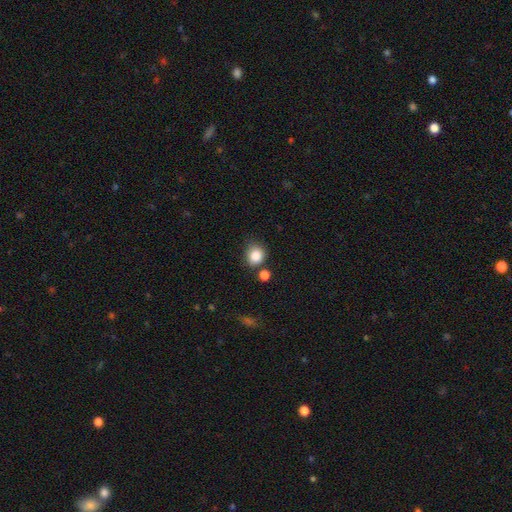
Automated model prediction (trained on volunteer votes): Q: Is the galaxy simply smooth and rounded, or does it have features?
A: smooth — 85%.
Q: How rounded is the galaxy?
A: round — 80%.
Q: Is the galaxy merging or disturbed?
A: none — 69%.